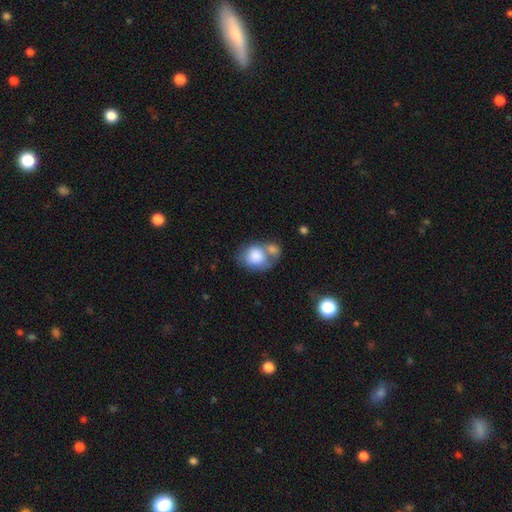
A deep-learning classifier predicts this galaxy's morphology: This appears to be a smooth galaxy with no disk features (79%) that is in between round and cigar-shaped (55%). Merging: merger (48%).